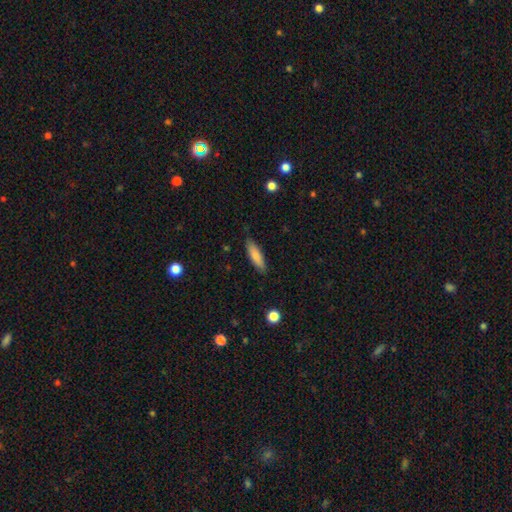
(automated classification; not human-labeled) This is clearly a smooth galaxy (80%). How rounded: possibly cigar-shaped (59%). Merging: clearly none (85%).